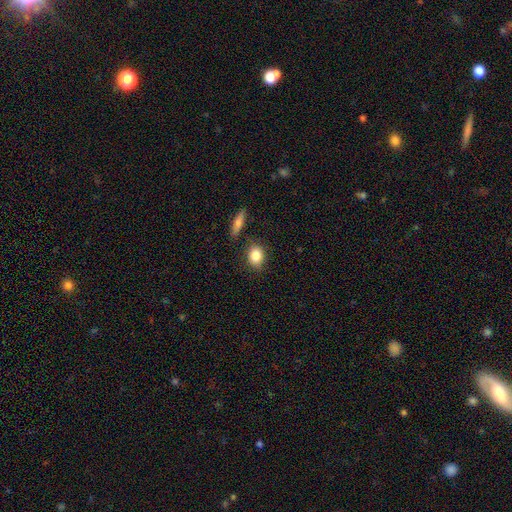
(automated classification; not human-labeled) Morphology: type=smooth (84%); roundness=in between (56%); merging=none (80%).